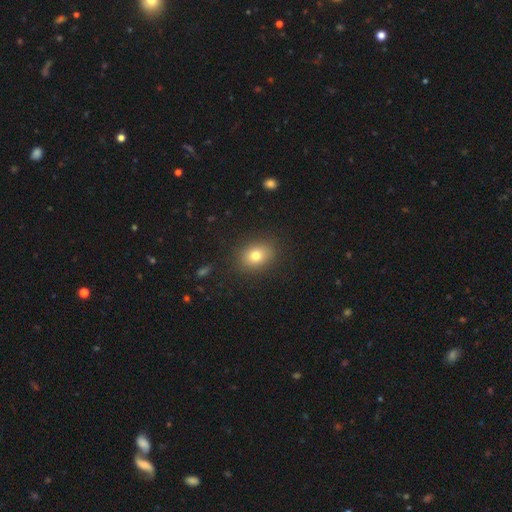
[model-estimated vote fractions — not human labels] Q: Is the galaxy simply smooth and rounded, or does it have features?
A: smooth — 77%.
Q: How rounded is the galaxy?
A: in between — 56%.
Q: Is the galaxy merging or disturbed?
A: none — 87%.